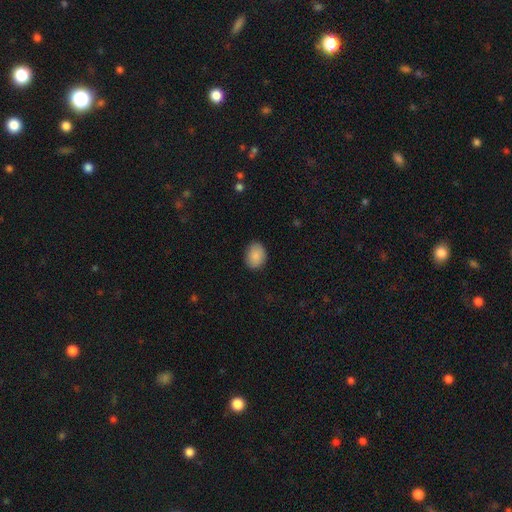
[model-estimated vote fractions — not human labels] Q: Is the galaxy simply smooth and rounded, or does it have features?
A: smooth — 89%.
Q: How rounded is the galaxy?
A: in between — 58%.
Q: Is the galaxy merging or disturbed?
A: none — 87%.